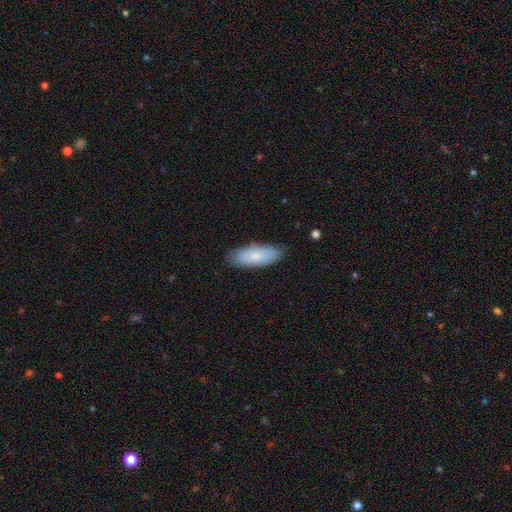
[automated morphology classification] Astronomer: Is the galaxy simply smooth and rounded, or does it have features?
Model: smooth — 78%.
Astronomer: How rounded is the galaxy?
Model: in between — 75%.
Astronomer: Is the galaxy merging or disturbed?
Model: none — 81%.